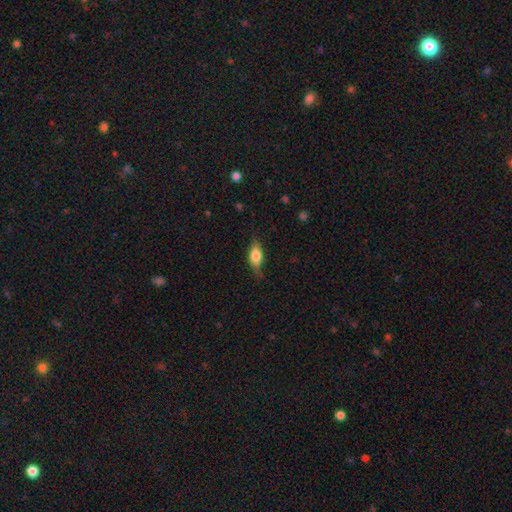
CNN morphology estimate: The model was most divided on "merging": none: 66%, minor disturbance: 26%, major disturbance: 6%, merger: 1%. More confident: how rounded — in between (79%); smooth or featured — smooth (70%).